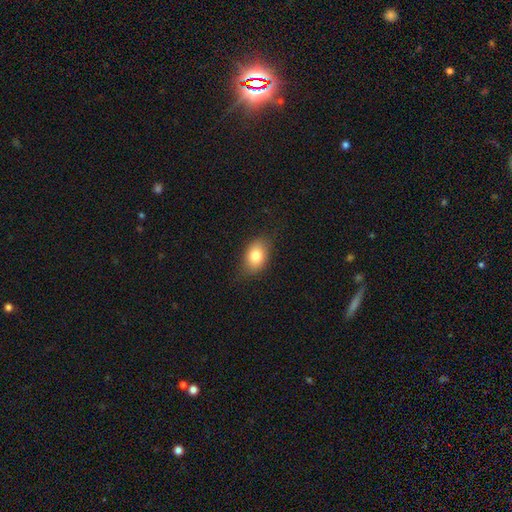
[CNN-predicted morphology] Overall: smooth (81%). How rounded: in between (81%). Merging: none (79%).